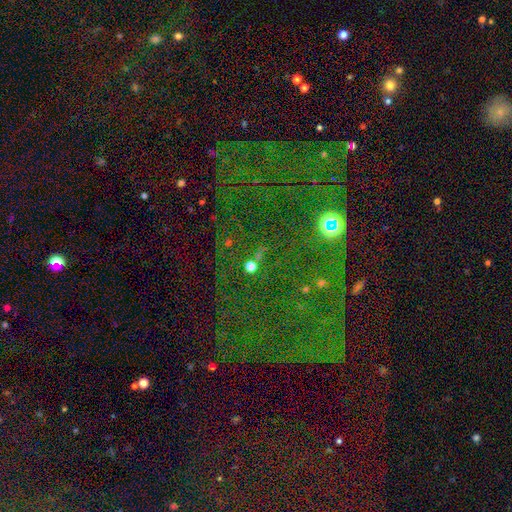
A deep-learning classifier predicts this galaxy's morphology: Overall: star or artifact (74%).